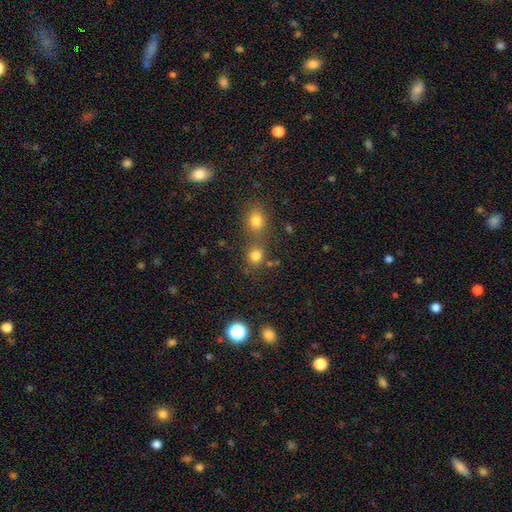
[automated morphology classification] Smooth or featured? Predicted: smooth (p=0.78). How rounded? Predicted: round (p=0.82). Merging? Predicted: none (p=0.57).